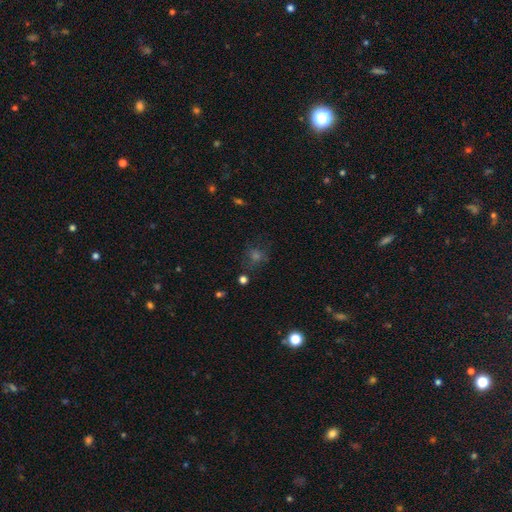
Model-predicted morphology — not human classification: A smooth galaxy with no disk features (42%). Merging: none (72%).